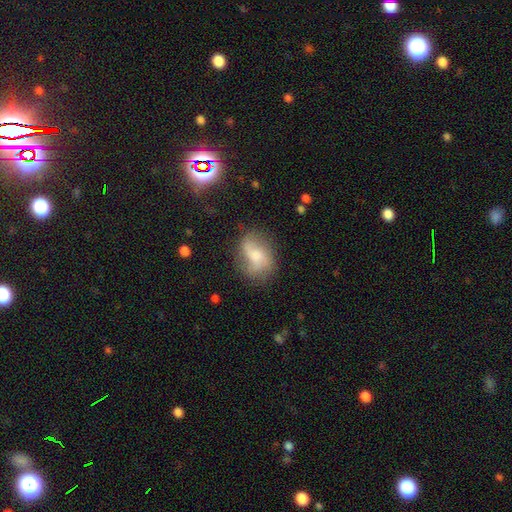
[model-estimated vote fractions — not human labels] Smooth or featured?
  - featured or disk: 47% *
  - smooth: 44%
  - star or artifact: 10%
Merging?
  - none: 58% *
  - minor disturbance: 25%
  - major disturbance: 15%
  - merger: 3%